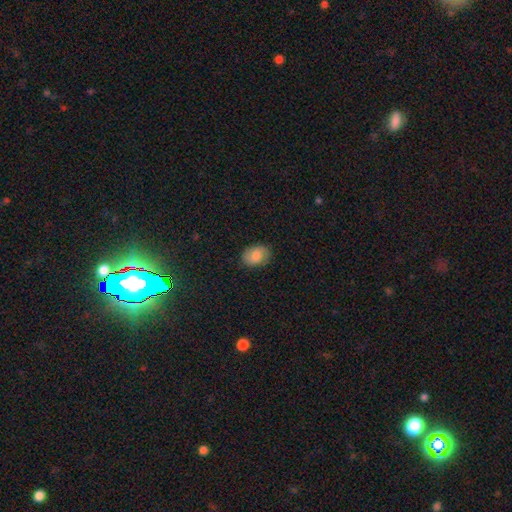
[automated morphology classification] Smooth or featured? Predicted: smooth (p=0.83). How rounded? Predicted: in between (p=0.78). Merging? Predicted: none (p=0.82).